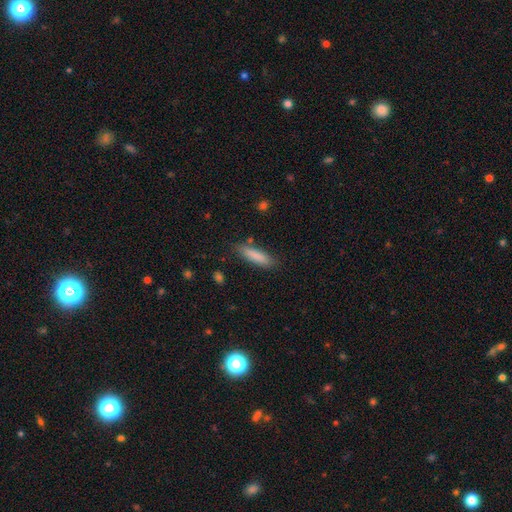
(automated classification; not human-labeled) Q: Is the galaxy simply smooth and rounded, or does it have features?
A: smooth — 85%.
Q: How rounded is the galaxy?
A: cigar-shaped — 69%.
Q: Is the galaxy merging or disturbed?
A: none — 81%.